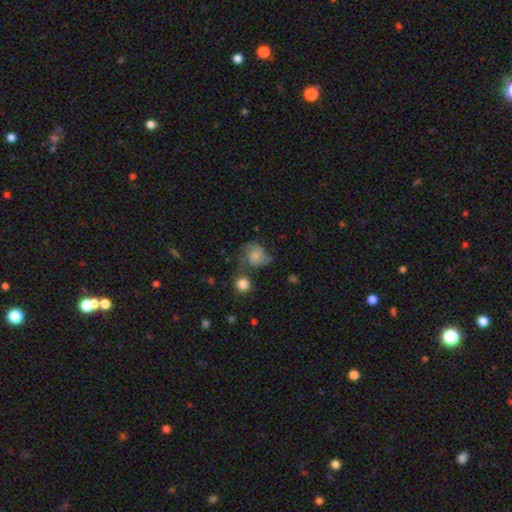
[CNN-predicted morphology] This is possibly a featured or disk galaxy (48%). Merging: marginally none (41%).